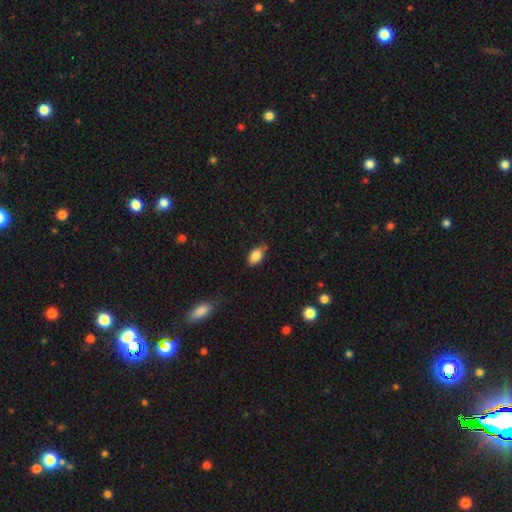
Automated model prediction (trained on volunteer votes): Overall: smooth (86%). How rounded: in between (90%). Merging: none (73%).